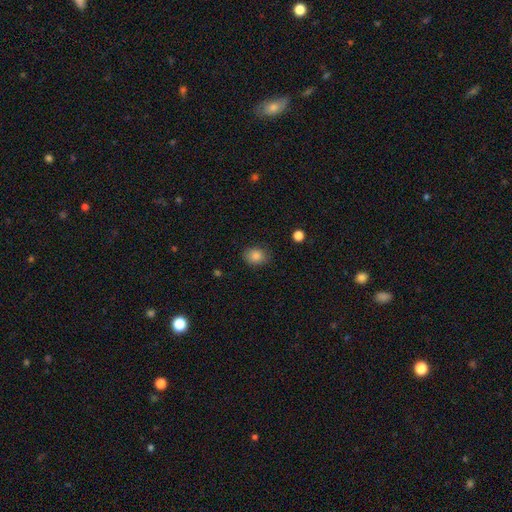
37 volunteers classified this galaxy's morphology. smooth-or-featured: smooth: 86% | star or artifact: 8% | featured or disk: 5%
  how-rounded: in between: 59% | round: 41% | cigar-shaped: 0%
  merging: none: 85% | minor disturbance: 9% | major disturbance: 6% | merger: 0%